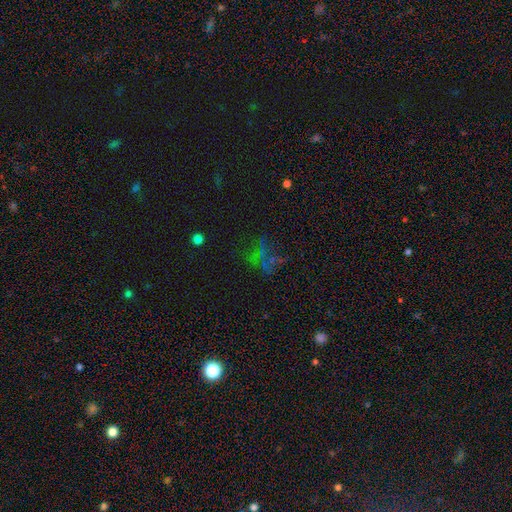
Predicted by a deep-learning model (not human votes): star or artifact 49%, smooth 26%, featured or disk 25%.